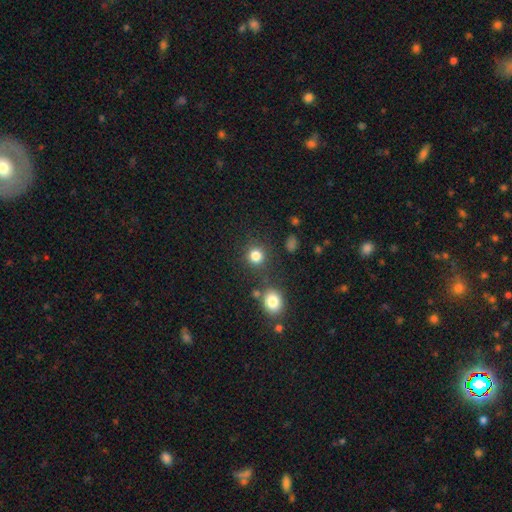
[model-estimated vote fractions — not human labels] Overall: smooth (82%). How rounded: round (88%). Merging: none (79%).